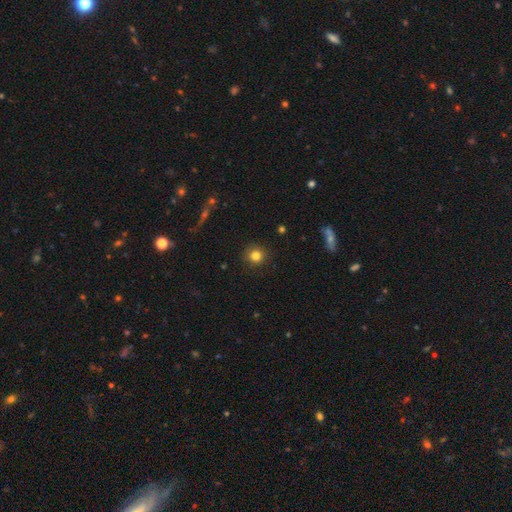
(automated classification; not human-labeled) This is clearly a smooth galaxy (82%). How rounded: clearly round (93%). Merging: clearly none (90%).